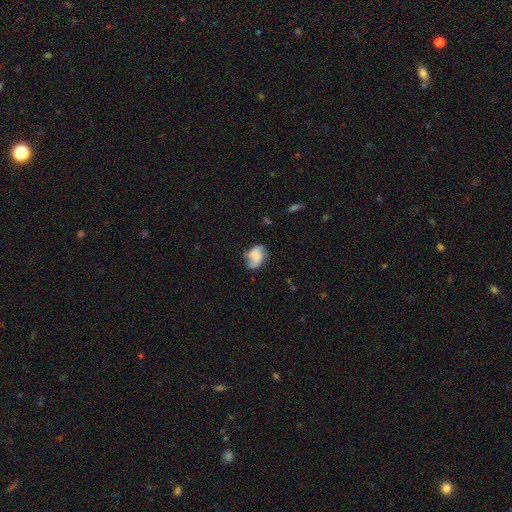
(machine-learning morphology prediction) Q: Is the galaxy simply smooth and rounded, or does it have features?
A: featured or disk — 53%.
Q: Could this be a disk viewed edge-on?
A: no — 97%.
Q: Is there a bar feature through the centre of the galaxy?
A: no — 64%.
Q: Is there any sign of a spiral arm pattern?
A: yes — 89%.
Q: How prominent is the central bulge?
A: none — 40%.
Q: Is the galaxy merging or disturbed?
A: none — 57%.